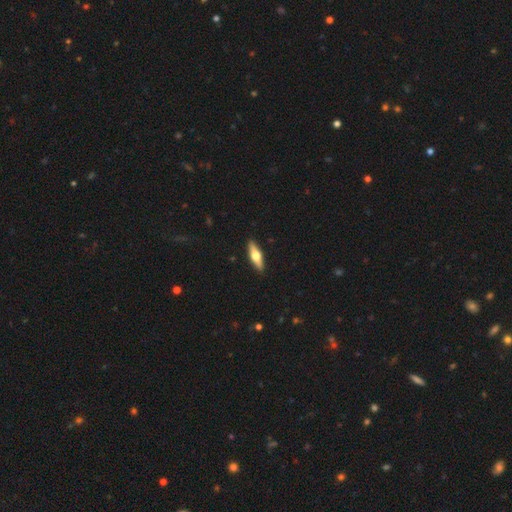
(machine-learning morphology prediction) This is possibly a featured or disk galaxy (54%). It is clearly viewed edge-on (93%). Merging: clearly none (91%).